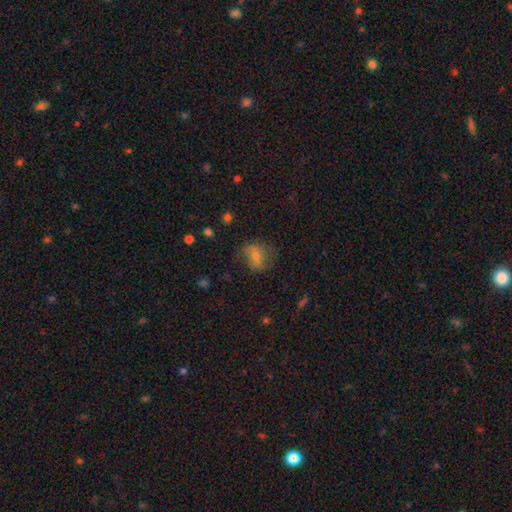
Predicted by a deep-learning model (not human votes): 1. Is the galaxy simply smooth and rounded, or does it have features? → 57% smooth, 25% featured or disk, 18% star or artifact.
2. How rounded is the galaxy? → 52% in between, 46% round, 2% cigar-shaped.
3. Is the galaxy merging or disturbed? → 61% none, 23% minor disturbance, 14% major disturbance, 2% merger.